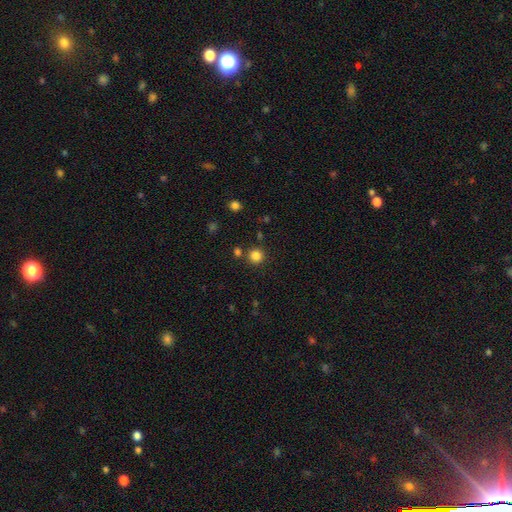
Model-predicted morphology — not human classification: This appears to be a smooth galaxy with no disk features (83%) that is round (94%). Merging: none (83%).